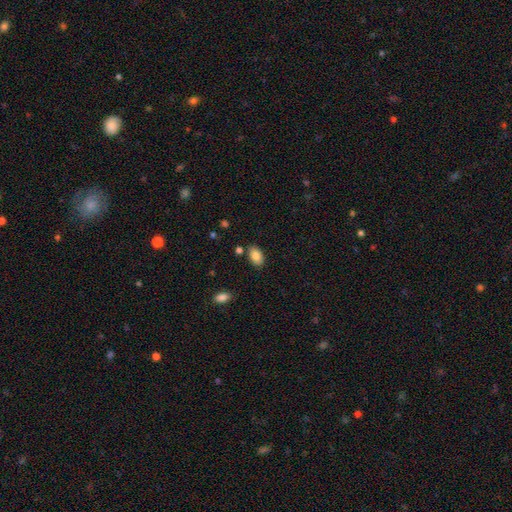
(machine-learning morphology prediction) type=smooth (86%); roundness=in between (91%); merging=none (81%).